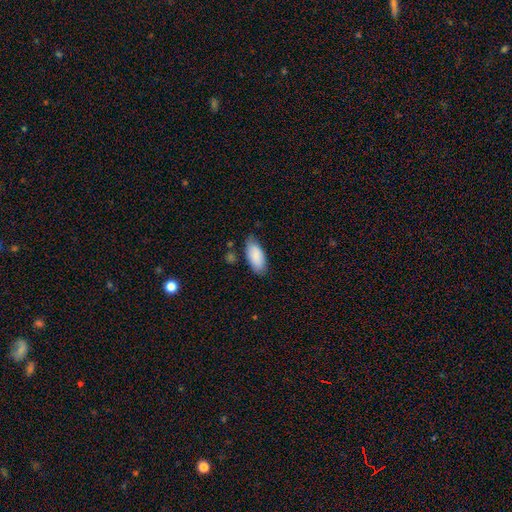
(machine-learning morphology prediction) smooth_or_featured: smooth (p=0.87) [alt: featured or disk p=0.07]
how_rounded: in between (p=0.90) [alt: cigar-shaped p=0.09]
merging: none (p=0.74) [alt: minor disturbance p=0.20]